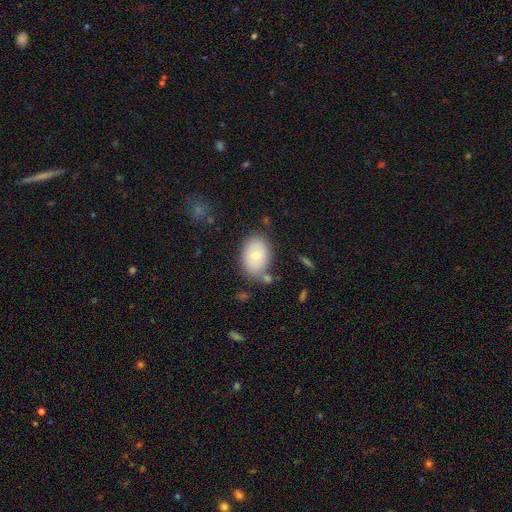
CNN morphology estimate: A smooth galaxy with no disk features (69%) that is in between round and cigar-shaped (74%).

Vote fractions:
- Smooth or featured? smooth: 69% / featured or disk: 23% / star or artifact: 8%
- How rounded? in between: 74% / round: 25% / cigar-shaped: 1%
- Merging? none: 73% / minor disturbance: 16% / merger: 7% / major disturbance: 4%